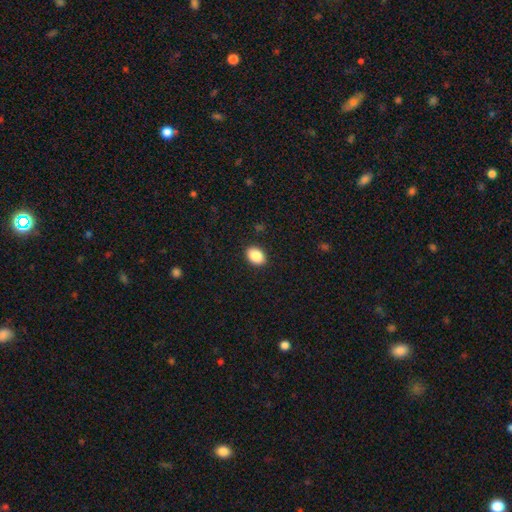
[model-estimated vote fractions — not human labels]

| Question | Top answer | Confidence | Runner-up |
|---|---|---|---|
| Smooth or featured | smooth | 88% | star or artifact (8%) |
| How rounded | in between | 79% | round (20%) |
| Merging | none | 90% | minor disturbance (7%) |